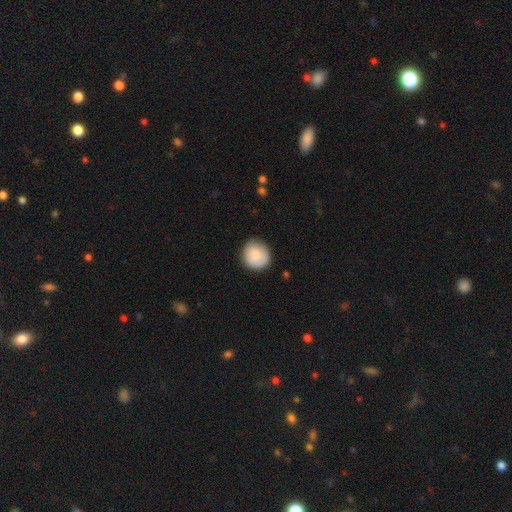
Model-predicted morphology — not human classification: This appears to be a smooth galaxy with no disk features (83%) that is round (85%). Merging: none (82%).